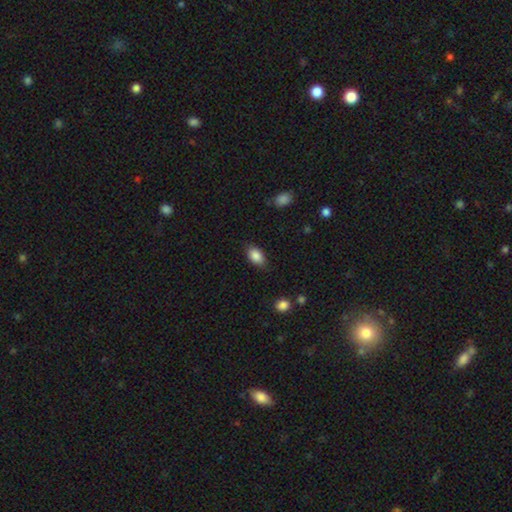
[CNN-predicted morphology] smooth 87%, star or artifact 8%, featured or disk 5%. Down the decision tree: how rounded — in between (89%); merging — none (81%).